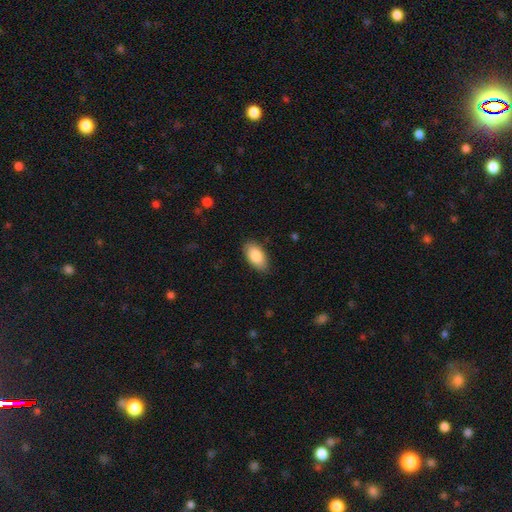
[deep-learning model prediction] smooth_or_featured: smooth (p=0.86) [alt: featured or disk p=0.08]
how_rounded: in between (p=0.94) [alt: cigar-shaped p=0.03]
merging: none (p=0.85) [alt: minor disturbance p=0.12]